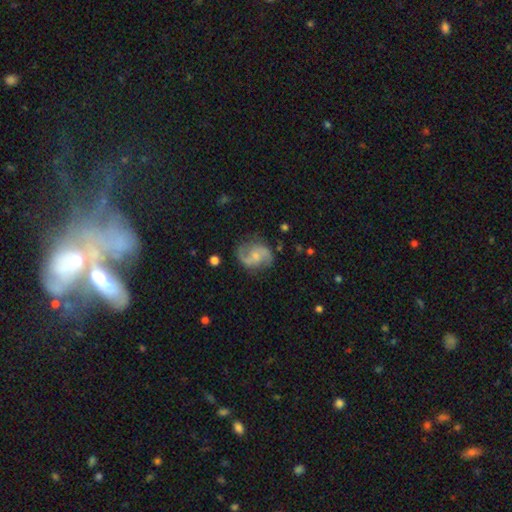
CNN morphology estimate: Q: Smooth or featured?
A: featured or disk (83%); runner-up: smooth (11%)
Q: Edge-on disk?
A: no (98%); runner-up: yes (2%)
Q: Bar?
A: no (55%); runner-up: weak (37%)
Q: Spiral arms?
A: yes (96%); runner-up: no (4%)
Q: Spiral winding?
A: medium (45%); runner-up: loose (43%)
Q: Spiral arm count?
A: 2 (92%); runner-up: can't tell (3%)
Q: Bulge size?
A: small (60%); runner-up: moderate (28%)
Q: Merging?
A: none (76%); runner-up: minor disturbance (16%)